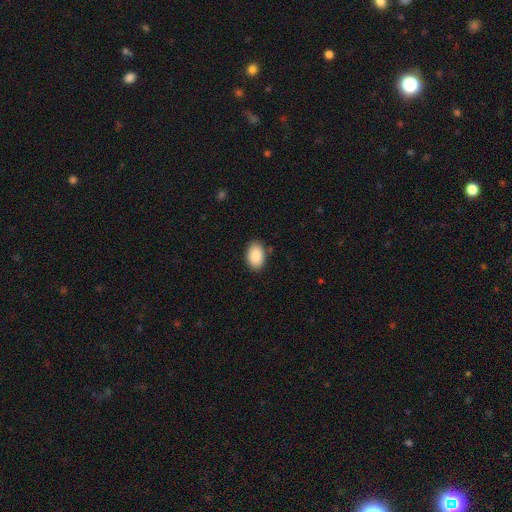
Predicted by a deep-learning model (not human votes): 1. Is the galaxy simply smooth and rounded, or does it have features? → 90% smooth, 7% star or artifact, 3% featured or disk.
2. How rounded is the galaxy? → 89% in between, 10% round, 1% cigar-shaped.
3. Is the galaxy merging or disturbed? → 86% none, 11% minor disturbance, 3% major disturbance, 1% merger.